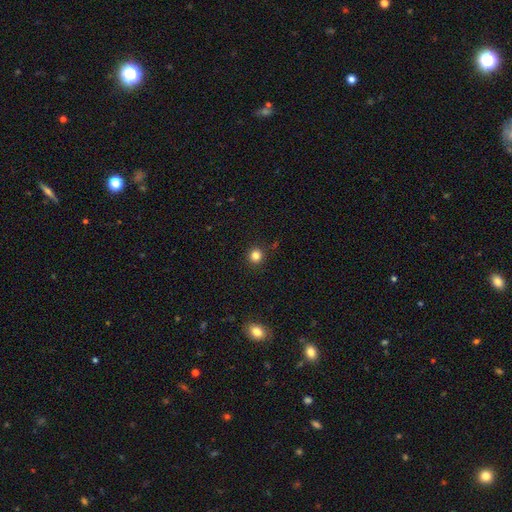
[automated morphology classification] A smooth galaxy with no disk features (82%) that is round (93%).

Vote fractions:
- Smooth or featured? smooth: 82% / star or artifact: 13% / featured or disk: 5%
- How rounded? round: 93% / in between: 6% / cigar-shaped: 1%
- Merging? none: 91% / minor disturbance: 5% / major disturbance: 2% / merger: 2%